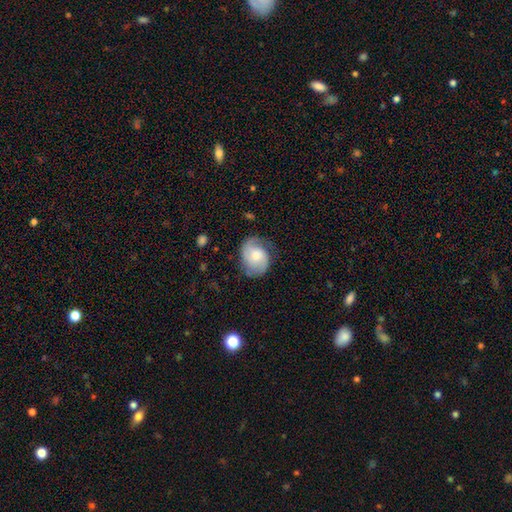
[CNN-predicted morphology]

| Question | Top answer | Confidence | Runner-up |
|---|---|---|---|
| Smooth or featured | featured or disk | 62% | smooth (31%) |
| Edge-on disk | no | 97% | yes (3%) |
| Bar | no | 65% | weak (30%) |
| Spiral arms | yes | 90% | no (10%) |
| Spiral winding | medium | 45% | tight (29%) |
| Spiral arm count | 2 | 80% | can't tell (9%) |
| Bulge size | moderate | 54% | small (35%) |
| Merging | none | 68% | minor disturbance (22%) |